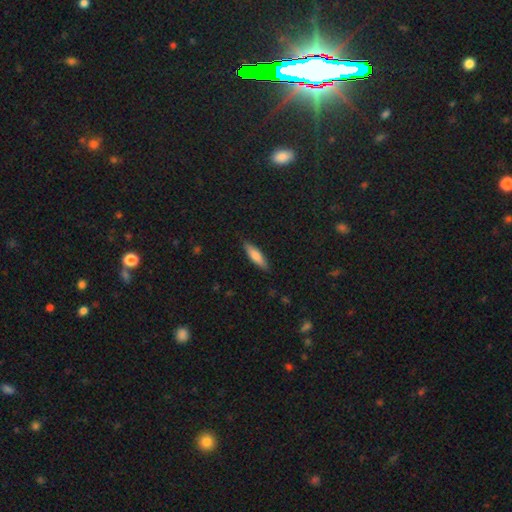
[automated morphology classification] Smooth or featured? Predicted: smooth (p=0.75). How rounded? Predicted: cigar-shaped (p=0.63). Merging? Predicted: none (p=0.87).